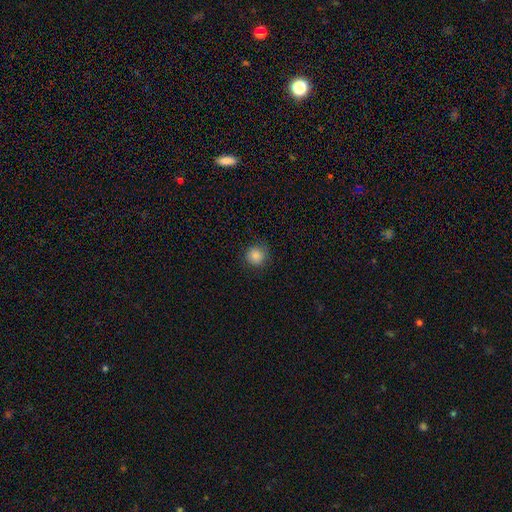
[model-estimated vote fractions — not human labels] smooth 84%, star or artifact 10%, featured or disk 6%. Down the decision tree: how rounded — round (91%); merging — none (82%).